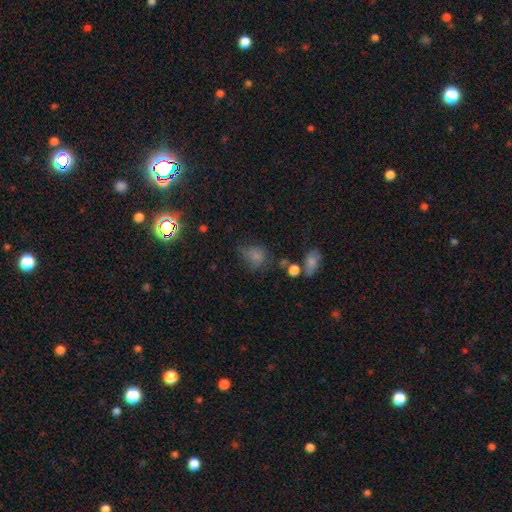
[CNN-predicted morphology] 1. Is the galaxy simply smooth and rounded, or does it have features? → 66% smooth, 19% star or artifact, 16% featured or disk.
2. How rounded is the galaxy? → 51% round, 48% in between, 1% cigar-shaped.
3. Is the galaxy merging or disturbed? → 42% none, 29% minor disturbance, 22% major disturbance, 7% merger.